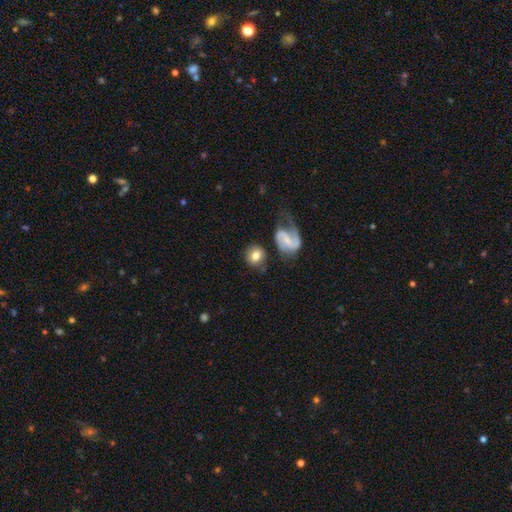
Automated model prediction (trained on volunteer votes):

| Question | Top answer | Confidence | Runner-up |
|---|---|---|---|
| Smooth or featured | smooth | 69% | featured or disk (24%) |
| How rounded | round | 78% | in between (21%) |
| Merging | none | 63% | minor disturbance (15%) |